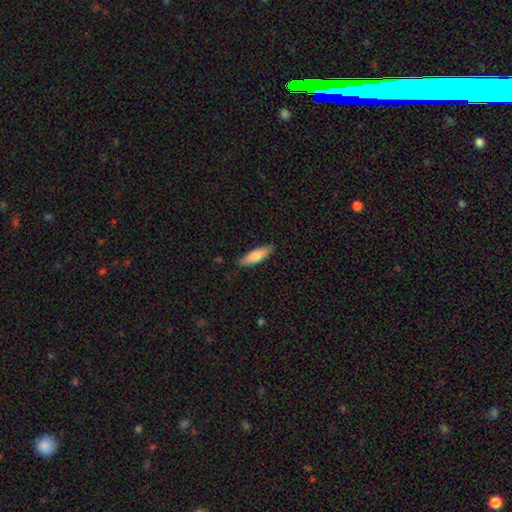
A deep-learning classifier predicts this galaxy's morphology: Smooth or featured?
  - smooth: 77% *
  - featured or disk: 18%
  - star or artifact: 5%
How rounded?
  - cigar-shaped: 54% *
  - in between: 44%
  - round: 2%
Merging?
  - none: 86% *
  - minor disturbance: 11%
  - major disturbance: 2%
  - merger: 1%